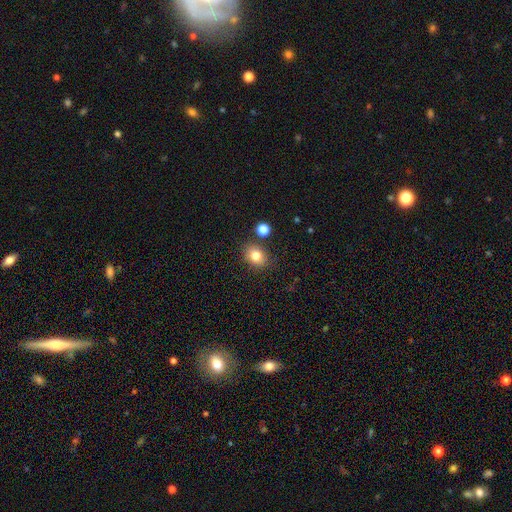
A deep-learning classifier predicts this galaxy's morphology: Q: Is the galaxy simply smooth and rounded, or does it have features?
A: smooth — 79%.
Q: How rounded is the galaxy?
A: round — 51%.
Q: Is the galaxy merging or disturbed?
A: none — 80%.